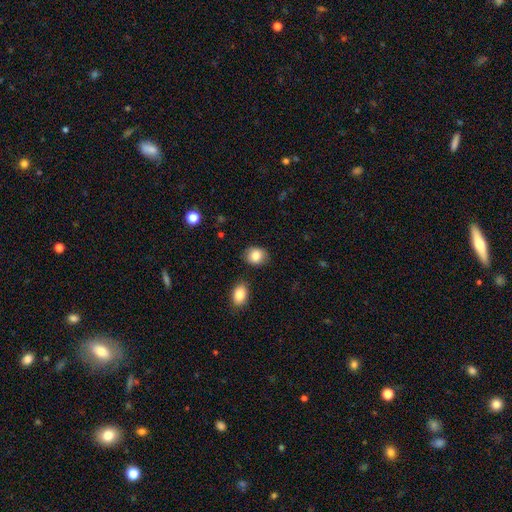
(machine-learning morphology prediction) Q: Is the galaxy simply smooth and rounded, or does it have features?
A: smooth — 84%.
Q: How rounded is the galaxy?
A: round — 58%.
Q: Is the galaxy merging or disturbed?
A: none — 84%.